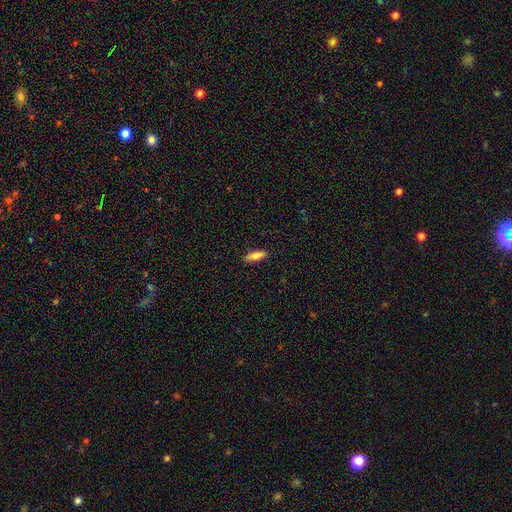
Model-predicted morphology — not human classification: Overall: smooth (79%). How rounded: in between (60%; cigar-shaped 38%). Merging: none (89%).